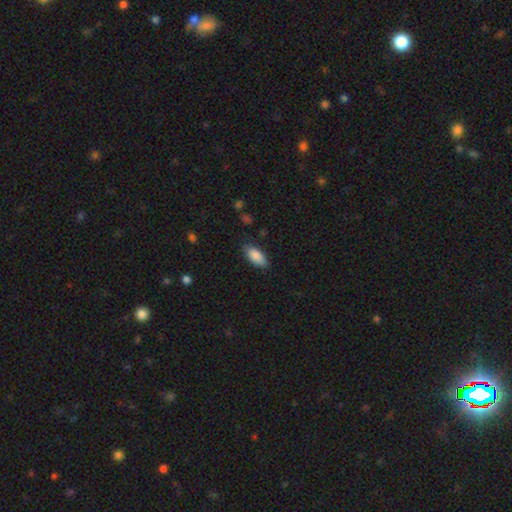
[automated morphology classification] smooth-or-featured: smooth: 87% | featured or disk: 7% | star or artifact: 6%
  how-rounded: in between: 88% | cigar-shaped: 10% | round: 2%
  merging: none: 81% | minor disturbance: 15% | major disturbance: 3% | merger: 1%